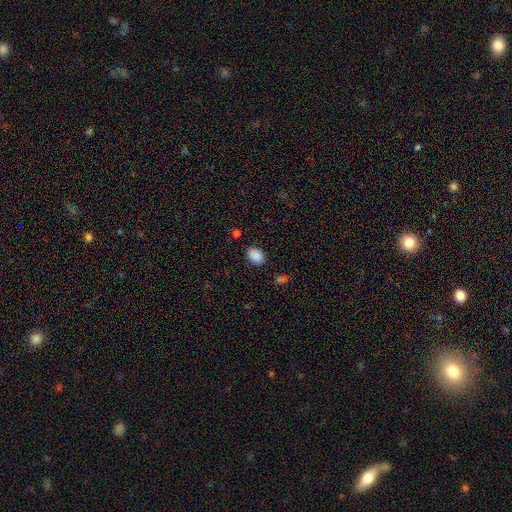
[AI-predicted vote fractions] smooth-or-featured: smooth: 88% | star or artifact: 8% | featured or disk: 3%
  how-rounded: in between: 77% | round: 22% | cigar-shaped: 1%
  merging: none: 84% | minor disturbance: 11% | major disturbance: 3% | merger: 2%